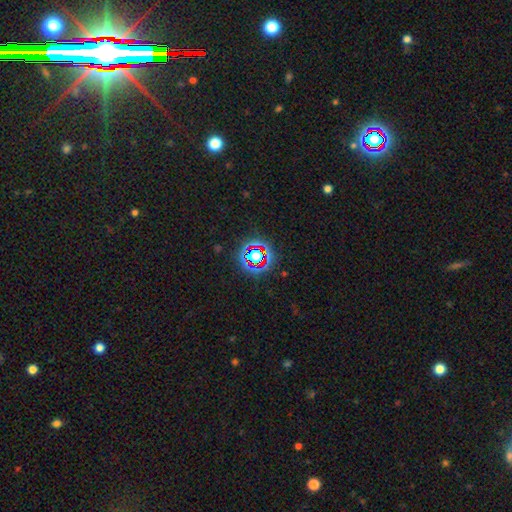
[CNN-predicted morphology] Q: Smooth or featured?
A: star or artifact (69%); runner-up: smooth (20%)